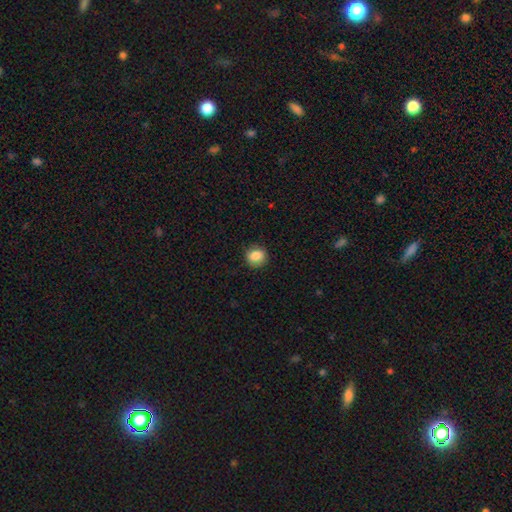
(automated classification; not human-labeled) Smooth or featured? Predicted: smooth (p=0.85). How rounded? Predicted: round (p=0.79). Merging? Predicted: none (p=0.87).